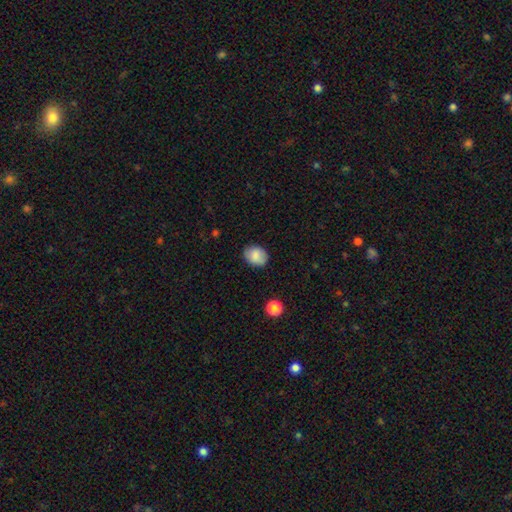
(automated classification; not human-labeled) A smooth galaxy with no disk features (85%) that is in between round and cigar-shaped (60%). Merging: none (82%).